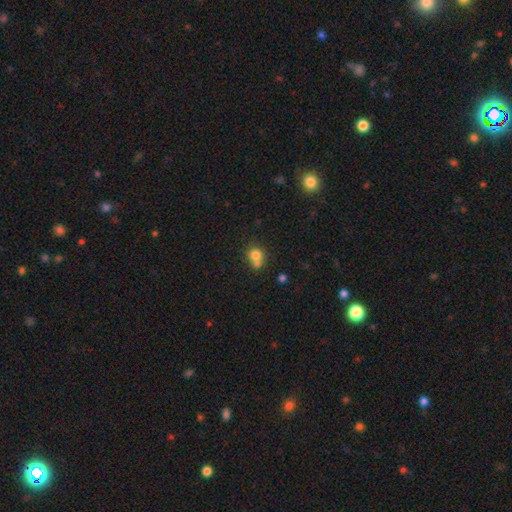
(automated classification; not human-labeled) A smooth galaxy with no disk features (76%) that is round (75%).

Vote fractions:
- Smooth or featured? smooth: 76% / featured or disk: 12% / star or artifact: 12%
- How rounded? round: 75% / in between: 24% / cigar-shaped: 1%
- Merging? merger: 43% / none: 42% / minor disturbance: 11% / major disturbance: 4%